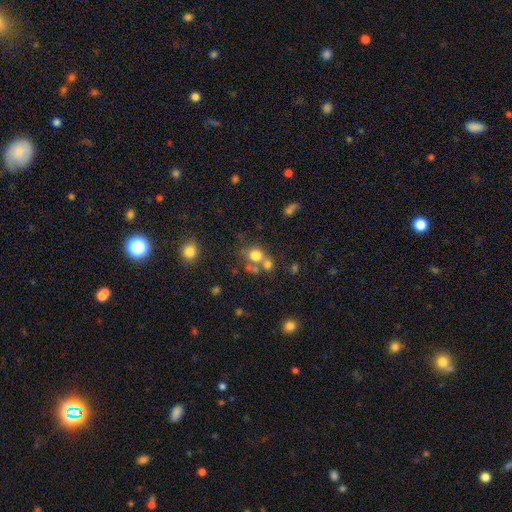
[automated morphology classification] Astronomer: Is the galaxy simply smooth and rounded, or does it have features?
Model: smooth — 74%.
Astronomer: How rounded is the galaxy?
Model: round — 80%.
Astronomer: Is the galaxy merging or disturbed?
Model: none — 47% (runner-up: merger, 37%).